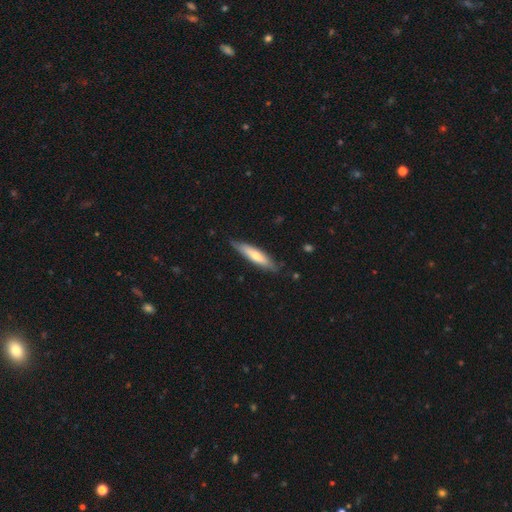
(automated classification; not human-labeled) smooth_or_featured: smooth (p=0.60) [alt: featured or disk p=0.35]
how_rounded: cigar-shaped (p=0.79) [alt: in between p=0.19]
merging: none (p=0.79) [alt: minor disturbance p=0.17]